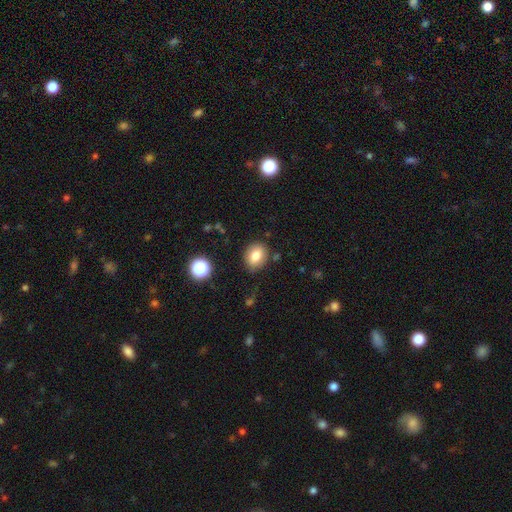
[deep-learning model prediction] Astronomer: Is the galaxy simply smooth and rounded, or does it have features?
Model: smooth — 81%.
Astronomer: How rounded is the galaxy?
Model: in between — 54% (runner-up: round, 45%).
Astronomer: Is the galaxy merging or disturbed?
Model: none — 82%.